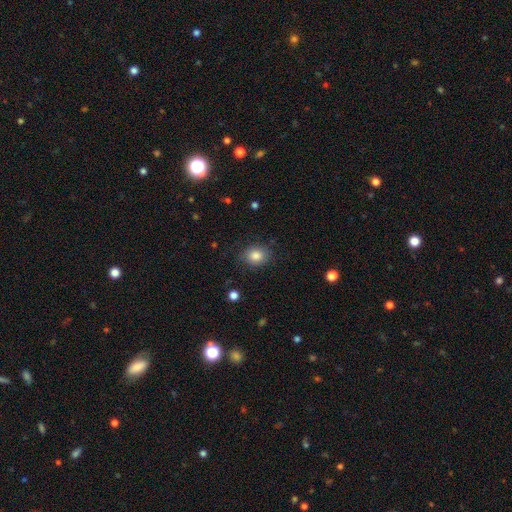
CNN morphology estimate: smooth_or_featured: smooth (p=0.84) [alt: star or artifact p=0.09]
how_rounded: round (p=0.55) [alt: in between p=0.44]
merging: none (p=0.82) [alt: minor disturbance p=0.13]